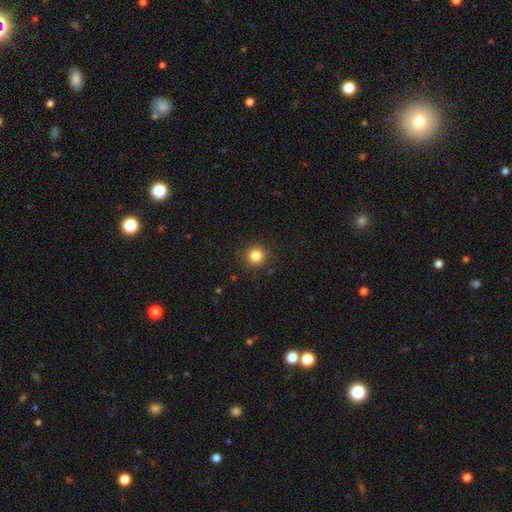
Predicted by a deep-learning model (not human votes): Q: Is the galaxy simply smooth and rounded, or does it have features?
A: smooth — 84%.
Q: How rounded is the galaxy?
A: round — 94%.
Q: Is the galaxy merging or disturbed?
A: none — 91%.